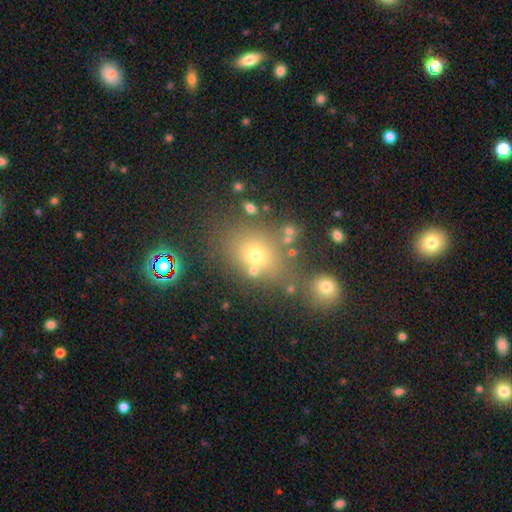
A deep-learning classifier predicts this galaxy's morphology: smooth_or_featured: smooth (p=0.64) [alt: star or artifact p=0.22]
how_rounded: round (p=0.52) [alt: in between p=0.46]
merging: none (p=0.65) [alt: merger p=0.17]